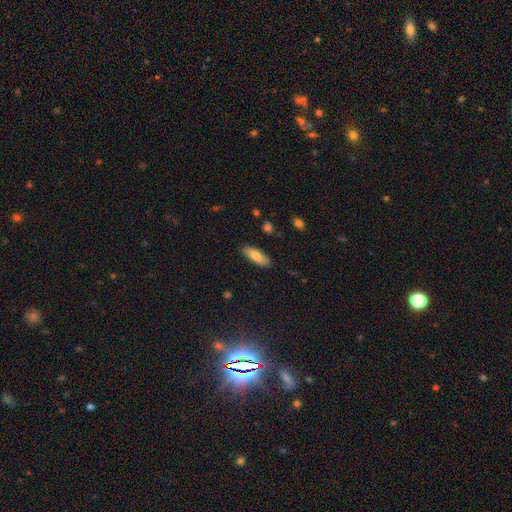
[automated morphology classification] Q: Smooth or featured?
A: smooth (78%); runner-up: featured or disk (16%)
Q: How rounded?
A: in between (62%); runner-up: cigar-shaped (36%)
Q: Merging?
A: none (85%); runner-up: minor disturbance (11%)